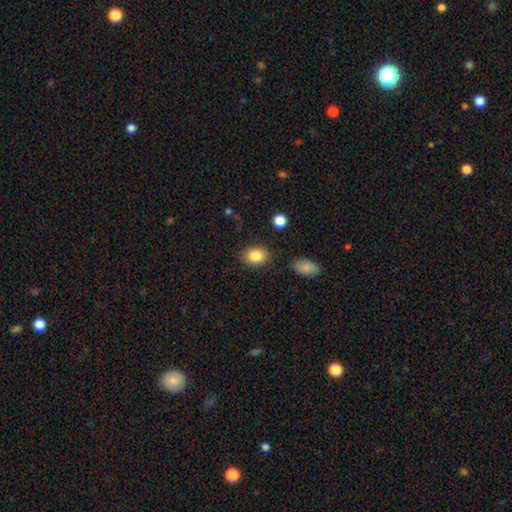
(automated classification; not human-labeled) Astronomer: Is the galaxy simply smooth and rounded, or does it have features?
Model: smooth — 85%.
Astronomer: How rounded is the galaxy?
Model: in between — 63%.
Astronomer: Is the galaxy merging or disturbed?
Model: none — 82%.